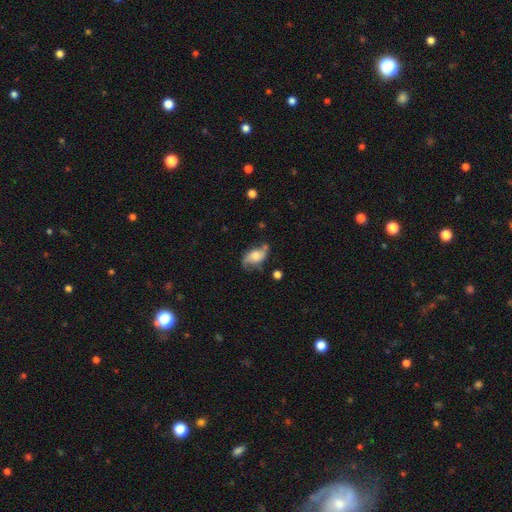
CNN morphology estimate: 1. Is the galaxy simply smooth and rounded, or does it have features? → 47% featured or disk, 44% smooth, 9% star or artifact.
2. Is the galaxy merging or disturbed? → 48% none, 29% minor disturbance, 15% major disturbance, 8% merger.